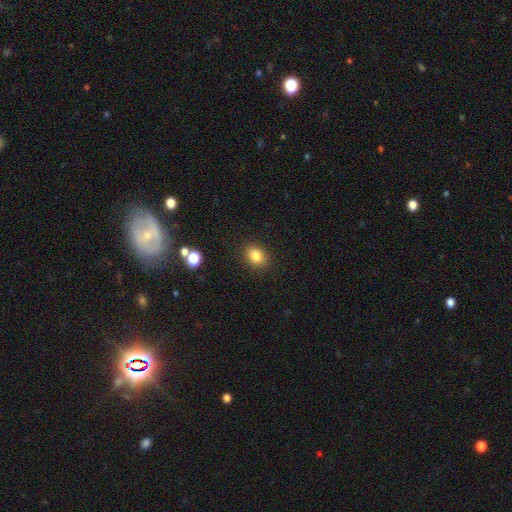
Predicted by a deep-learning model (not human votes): A smooth galaxy with no disk features (83%) that is in between round and cigar-shaped (51%). Merging: none (89%).